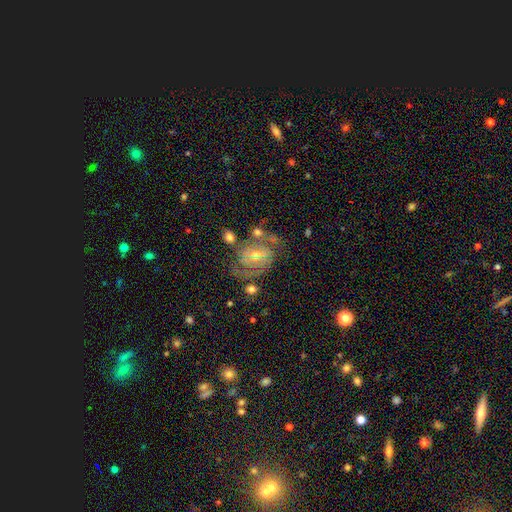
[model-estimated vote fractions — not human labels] A featured or disk galaxy (84%) with a weak bar (46%), 2 (67%) tight (48%) spiral arms (94%) and a moderate central bulge (51%).

Vote fractions:
- Smooth or featured? featured or disk: 84% / smooth: 8% / star or artifact: 7%
- Edge-on disk? no: 97% / yes: 3%
- Bar? weak: 46% / no: 29% / strong: 25%
- Spiral arms? yes: 94% / no: 6%
- Spiral winding? tight: 48% / medium: 41% / loose: 11%
- Spiral arm count? 2: 67% / can't tell: 14% / 3: 10% / 1: 4% / 4: 3% / more than 4: 2%
- Bulge size? moderate: 51% / small: 45% / large: 2% / none: 1% / dominant: 1%
- Merging? none: 60% / minor disturbance: 19% / major disturbance: 13% / merger: 8%